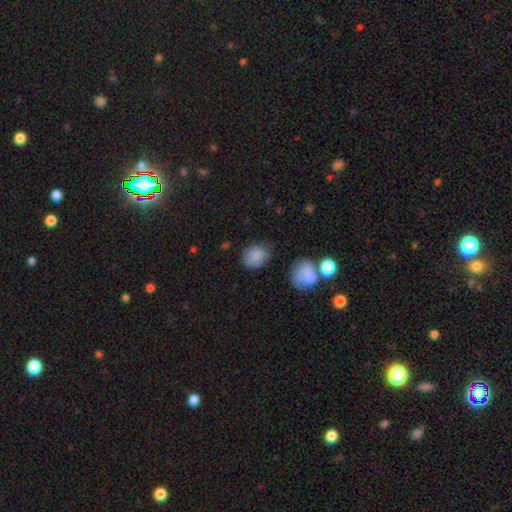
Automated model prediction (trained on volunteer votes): This appears to be a smooth galaxy with no disk features (85%) that is round (51%). Merging: none (73%).